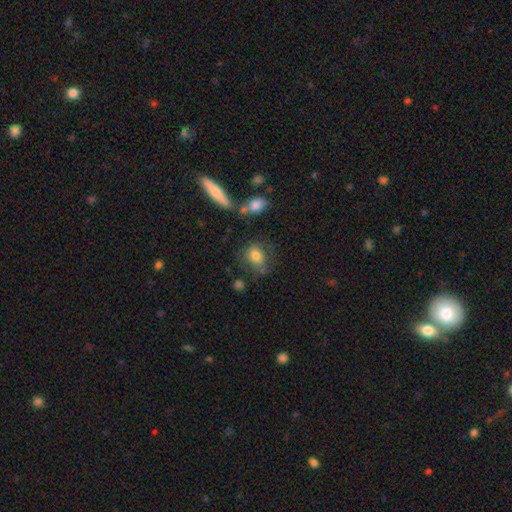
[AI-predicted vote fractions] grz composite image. It shows a smooth galaxy with no disk features (74%) that is in between round and cigar-shaped (57%). Merging: none (53%).